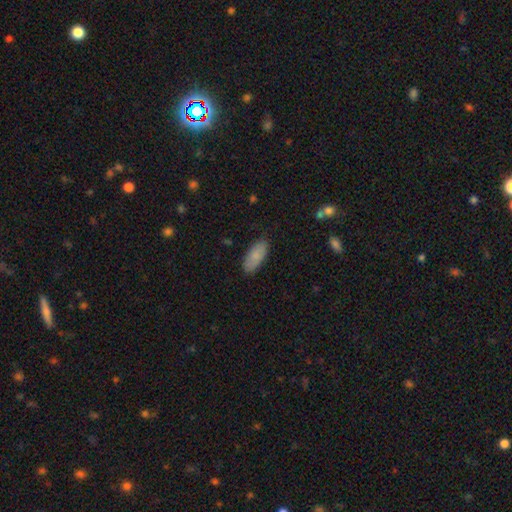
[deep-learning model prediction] Smooth or featured? smooth (86%)
How rounded? in between (83%)
Merging? none (84%)